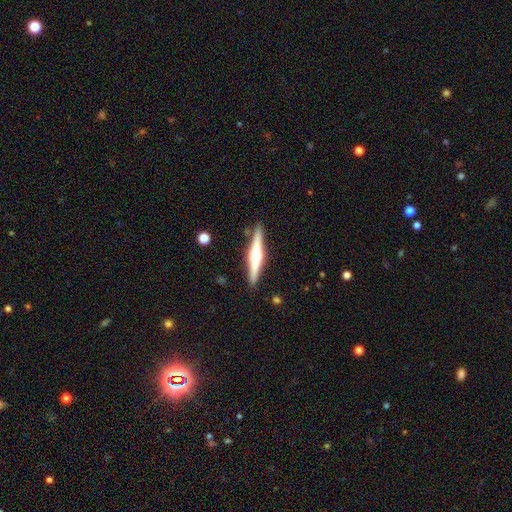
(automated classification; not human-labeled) Smooth or featured? featured or disk (71%)
Edge-on disk? yes (98%)
Edge-on bulge? rounded (93%)
Merging? none (89%)